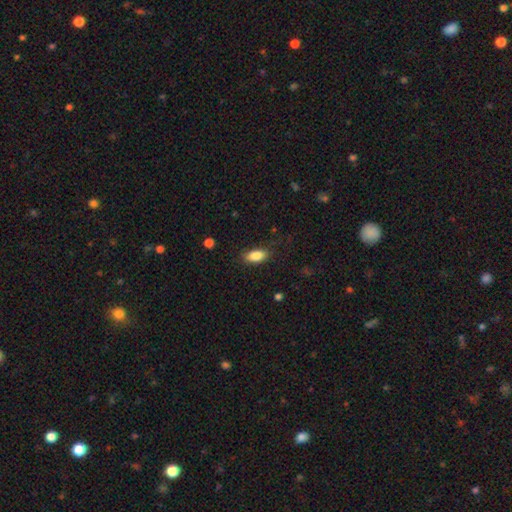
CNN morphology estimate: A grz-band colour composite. It shows a smooth galaxy with no disk features (86%) that is in between round and cigar-shaped (88%). Merging: none (83%).